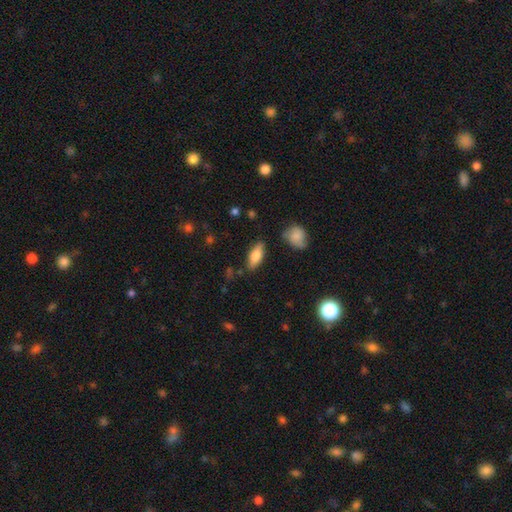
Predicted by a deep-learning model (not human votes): Smooth or featured: smooth — 74% (featured or disk — 19%)
How rounded: in between — 76% (cigar-shaped — 21%)
Merging: none — 81% (minor disturbance — 13%)